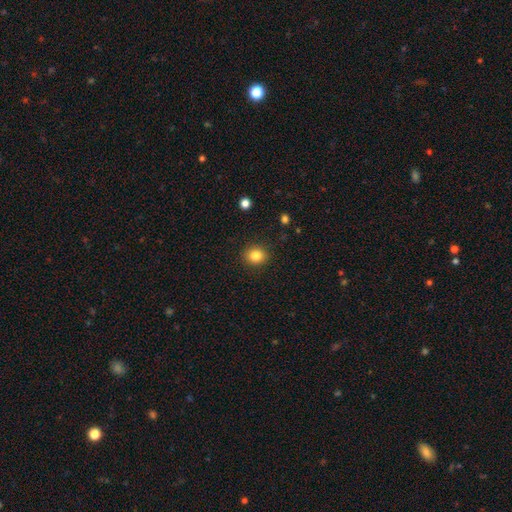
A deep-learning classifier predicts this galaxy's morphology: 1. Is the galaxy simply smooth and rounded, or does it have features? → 83% smooth, 11% star or artifact, 6% featured or disk.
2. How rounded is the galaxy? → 77% round, 22% in between, 1% cigar-shaped.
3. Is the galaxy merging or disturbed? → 90% none, 7% minor disturbance, 2% major disturbance, 1% merger.